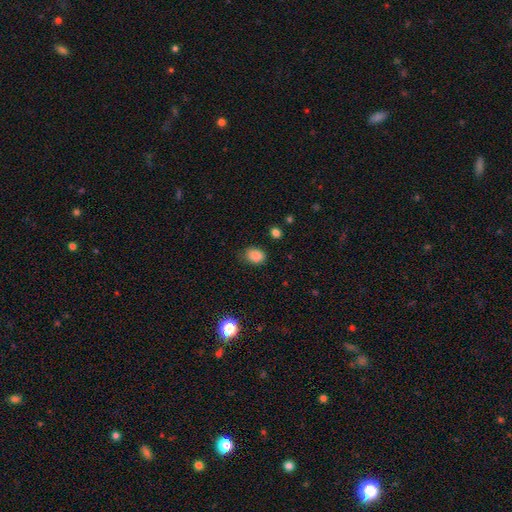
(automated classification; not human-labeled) A smooth galaxy with no disk features (84%) that is in between round and cigar-shaped (57%). Merging: none (72%).